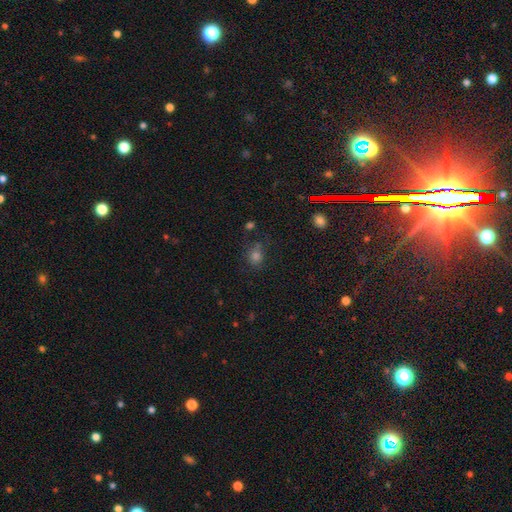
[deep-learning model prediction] The model was most divided on "smooth or featured": smooth: 64%, star or artifact: 28%, featured or disk: 8%. More confident: how rounded — round (71%); merging — none (68%).